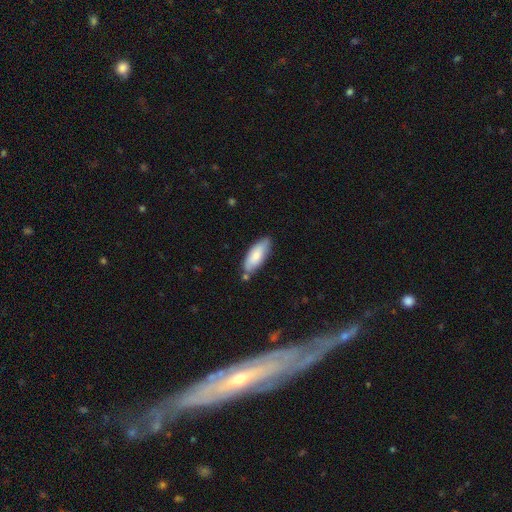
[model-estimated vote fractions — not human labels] smooth_or_featured: smooth (p=0.79) [alt: featured or disk p=0.16]
how_rounded: in between (p=0.73) [alt: cigar-shaped p=0.25]
merging: none (p=0.73) [alt: minor disturbance p=0.17]